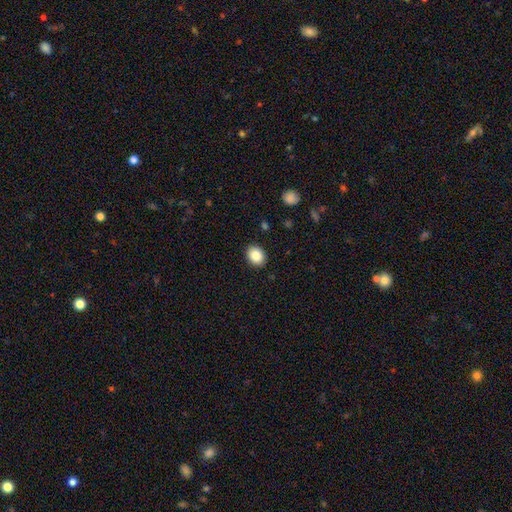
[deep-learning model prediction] This appears to be a smooth galaxy with no disk features (86%) that is in between round and cigar-shaped (55%). Merging: none (90%).